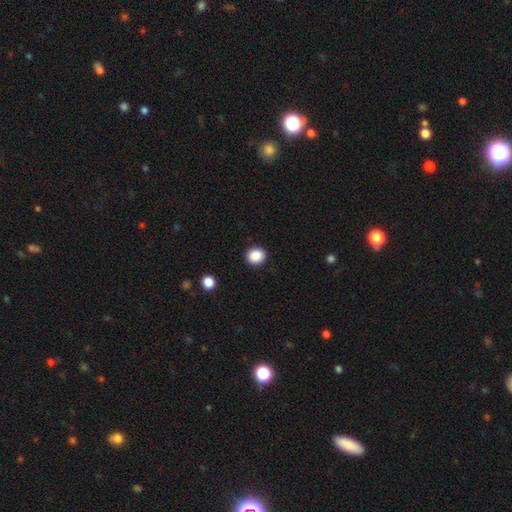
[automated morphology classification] Smooth or featured: smooth — 88% (star or artifact — 9%)
How rounded: round — 84% (in between — 15%)
Merging: none — 92% (minor disturbance — 5%)